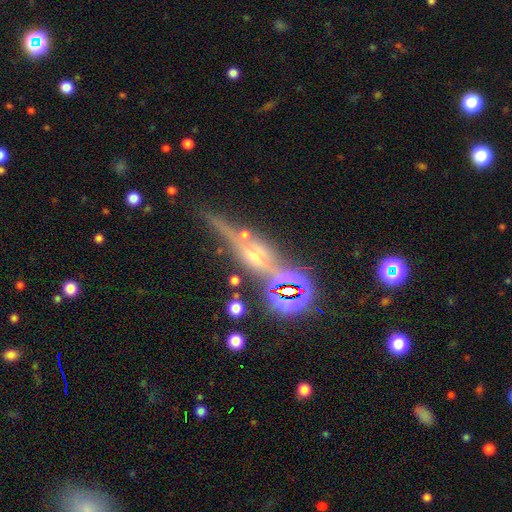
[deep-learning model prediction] This appears to be a featured or disk galaxy (66%) viewed edge-on (90%) with a rounded central bulge (82%). Merging: none (76%).